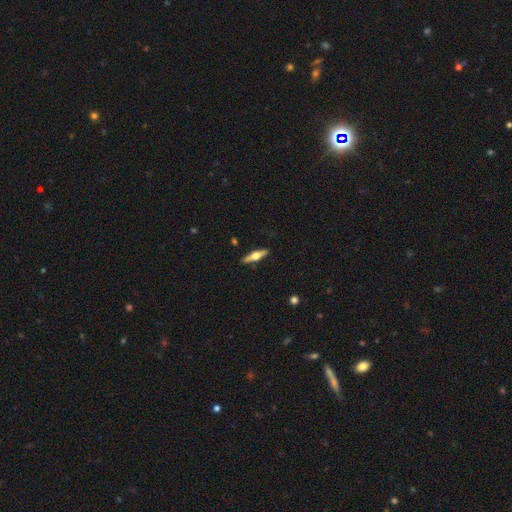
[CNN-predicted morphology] The model was most divided on "smooth or featured": featured or disk: 64%, smooth: 31%, star or artifact: 6%. More confident: edge-on disk — yes (96%); edge-on bulge — rounded (95%); merging — none (90%).